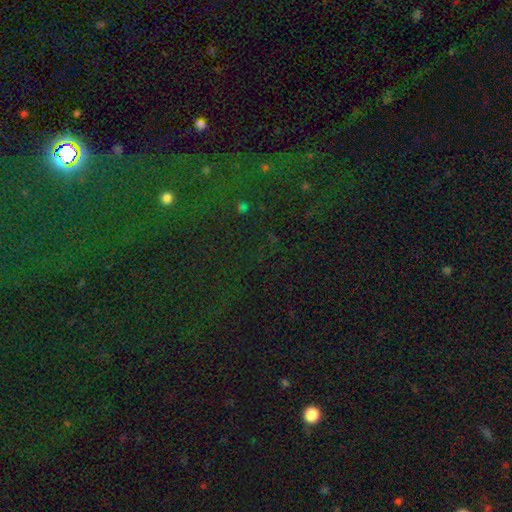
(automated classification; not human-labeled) Smooth or featured?
  - star or artifact: 78% *
  - smooth: 13%
  - featured or disk: 9%